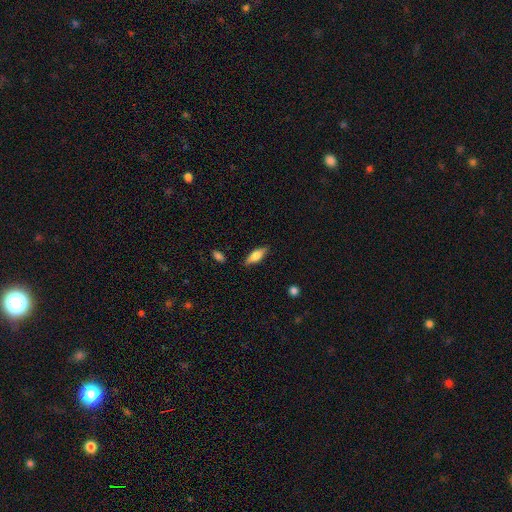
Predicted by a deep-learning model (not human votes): This appears to be a smooth galaxy with no disk features (61%) that is in between round and cigar-shaped (59%). Merging: none (84%).